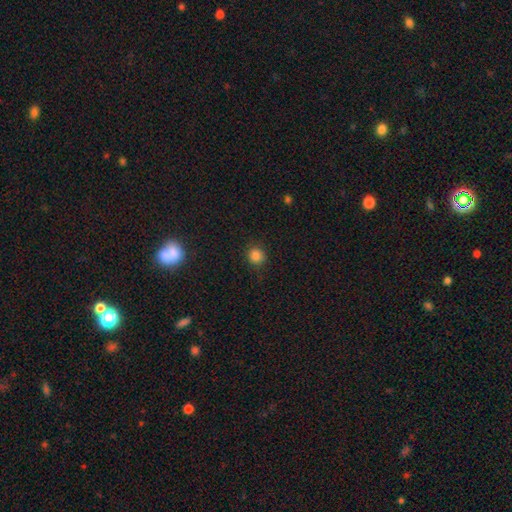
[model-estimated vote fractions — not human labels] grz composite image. It shows a smooth galaxy with no disk features (83%) that is round (89%). Merging: none (87%).